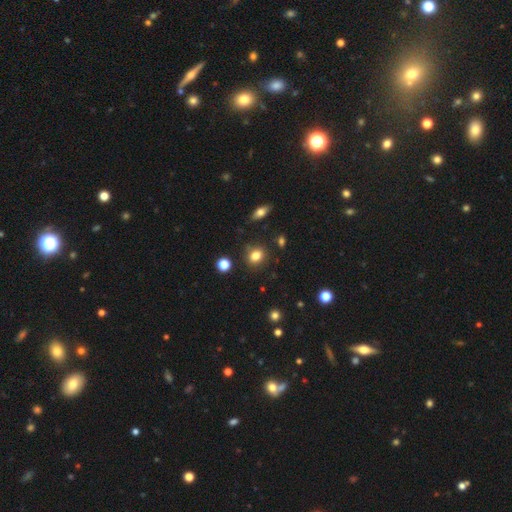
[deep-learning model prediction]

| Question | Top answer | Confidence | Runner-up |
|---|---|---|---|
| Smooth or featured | smooth | 82% | star or artifact (11%) |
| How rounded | round | 61% | in between (37%) |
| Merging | none | 84% | minor disturbance (10%) |